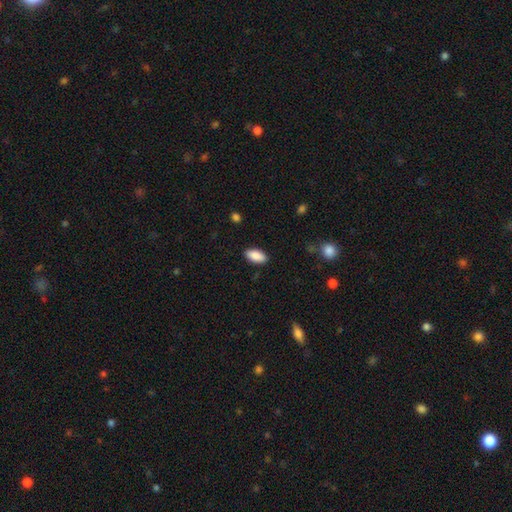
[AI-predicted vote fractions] Morphology: type=smooth (88%); roundness=in between (91%); merging=none (88%).